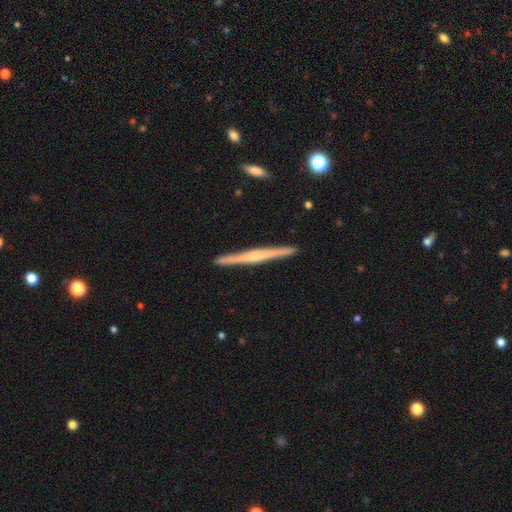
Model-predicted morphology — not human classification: Overall: featured or disk (66%; smooth 28%). Edge-on disk: yes (98%). Edge-on bulge: rounded (47%; none 40%). Merging: none (92%).